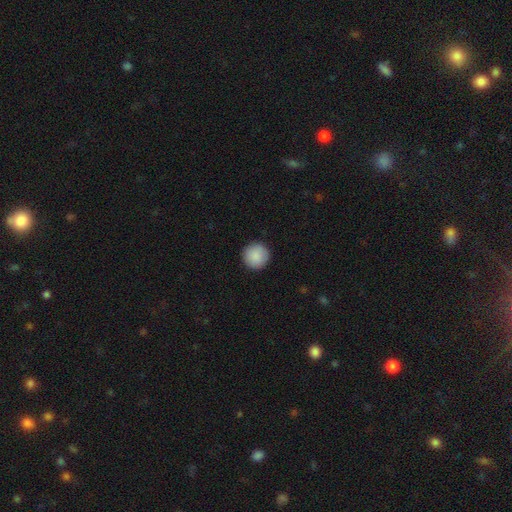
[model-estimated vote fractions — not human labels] smooth 90%, star or artifact 7%, featured or disk 4%. Down the decision tree: how rounded — round (96%); merging — none (92%).